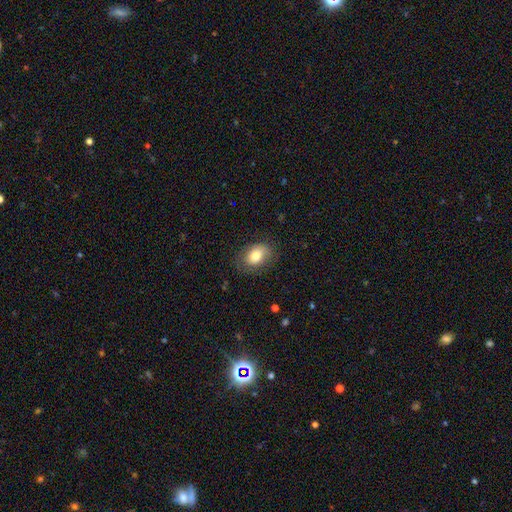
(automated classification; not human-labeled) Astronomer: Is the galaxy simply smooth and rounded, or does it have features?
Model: smooth — 77%.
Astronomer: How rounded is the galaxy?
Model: in between — 77%.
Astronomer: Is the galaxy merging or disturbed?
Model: none — 77%.